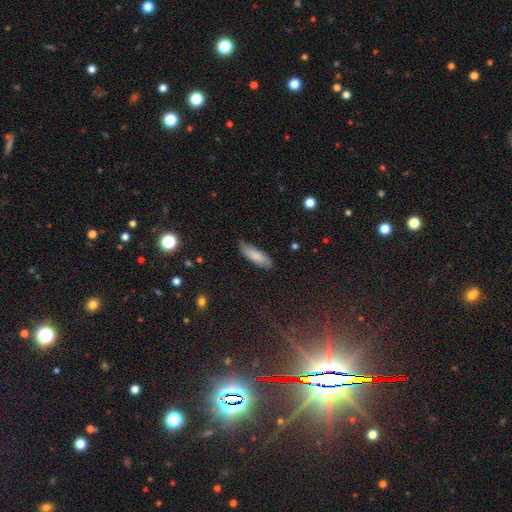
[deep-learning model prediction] A smooth galaxy with no disk features (78%) that is in between round and cigar-shaped (56%). Merging: none (69%).